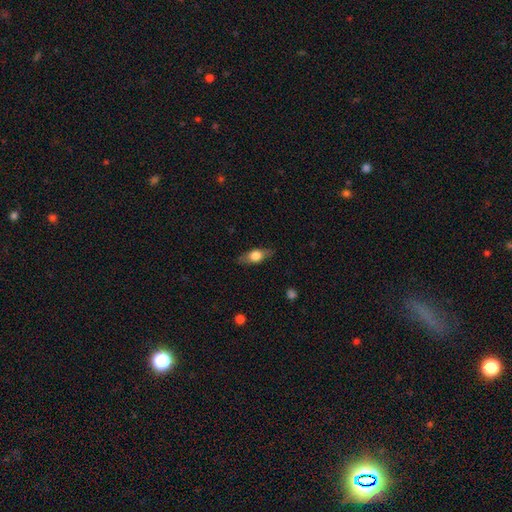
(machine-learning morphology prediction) type=smooth (58%); roundness=in between (70%); merging=none (82%).